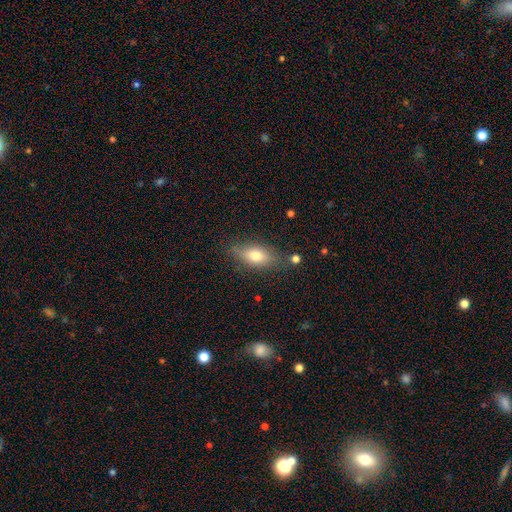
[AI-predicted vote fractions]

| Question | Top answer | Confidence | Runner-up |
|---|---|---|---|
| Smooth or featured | smooth | 69% | featured or disk (22%) |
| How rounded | in between | 79% | cigar-shaped (15%) |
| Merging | none | 76% | minor disturbance (17%) |